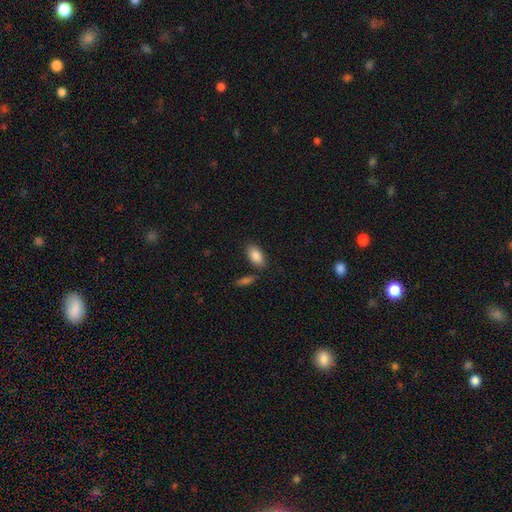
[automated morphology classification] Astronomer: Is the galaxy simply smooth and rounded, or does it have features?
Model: smooth — 88%.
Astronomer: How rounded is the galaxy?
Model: in between — 92%.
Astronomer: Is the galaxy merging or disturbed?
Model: none — 79%.